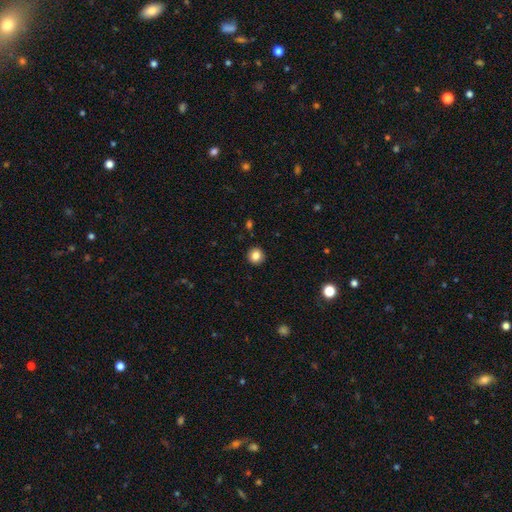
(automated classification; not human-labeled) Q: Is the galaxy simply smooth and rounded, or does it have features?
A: smooth — 84%.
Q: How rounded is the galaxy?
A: round — 94%.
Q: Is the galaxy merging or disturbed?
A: none — 93%.